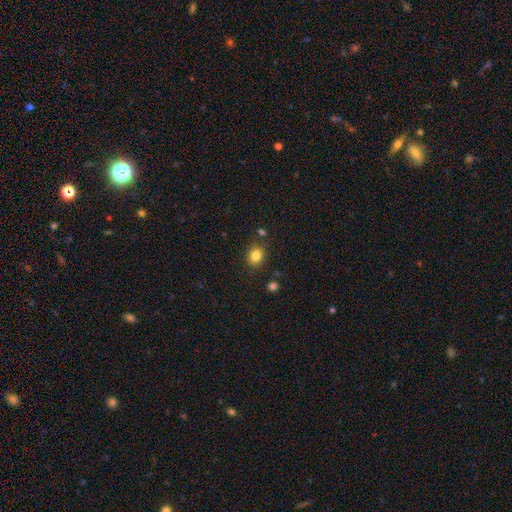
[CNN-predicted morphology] This appears to be a smooth galaxy with no disk features (83%) that is round (60%). Merging: none (84%).